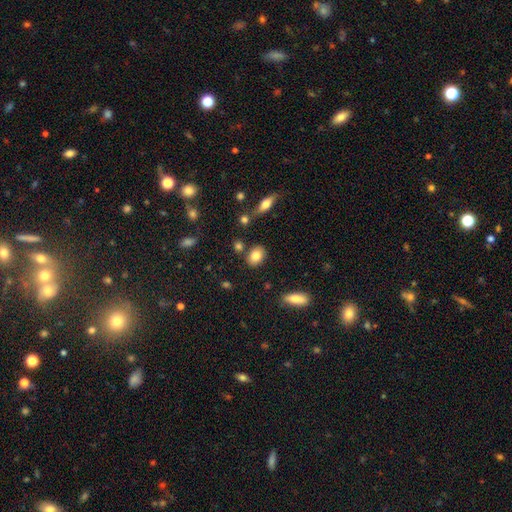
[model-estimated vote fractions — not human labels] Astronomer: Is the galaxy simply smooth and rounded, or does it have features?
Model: smooth — 82%.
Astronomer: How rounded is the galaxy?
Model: in between — 69%.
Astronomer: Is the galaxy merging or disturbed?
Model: none — 82%.